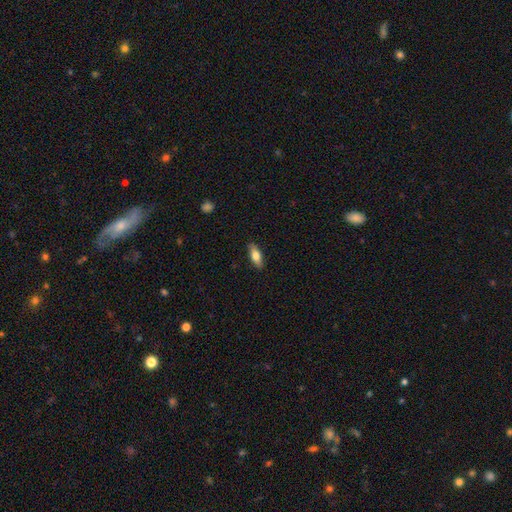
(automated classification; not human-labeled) A smooth galaxy with no disk features (69%) that is in between round and cigar-shaped (69%). Merging: none (88%).